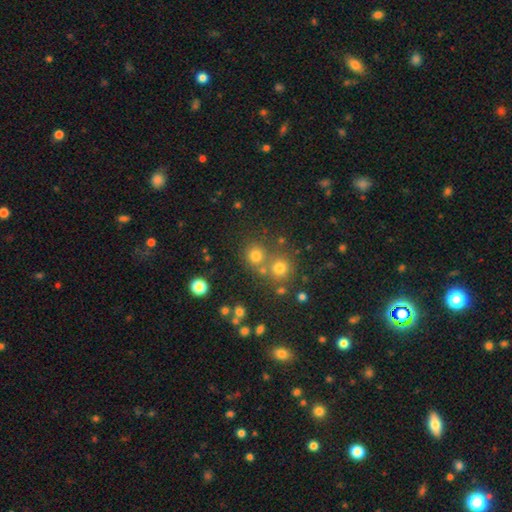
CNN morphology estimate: This appears to be a smooth galaxy with no disk features (75%) that is round (89%). Merging: none (64%).